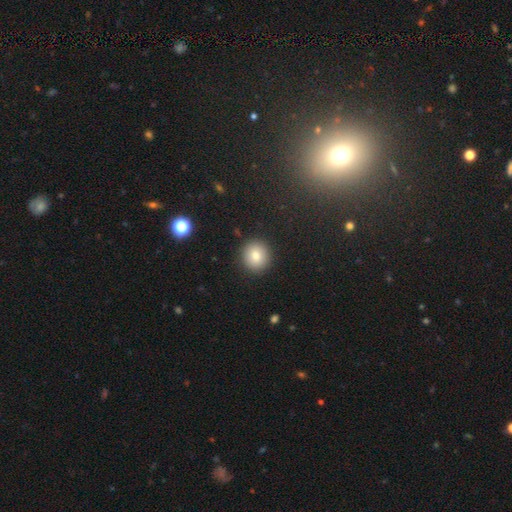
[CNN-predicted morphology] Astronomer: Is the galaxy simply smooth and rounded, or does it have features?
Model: smooth — 82%.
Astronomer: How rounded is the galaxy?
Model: round — 90%.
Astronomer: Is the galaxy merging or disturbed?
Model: none — 90%.